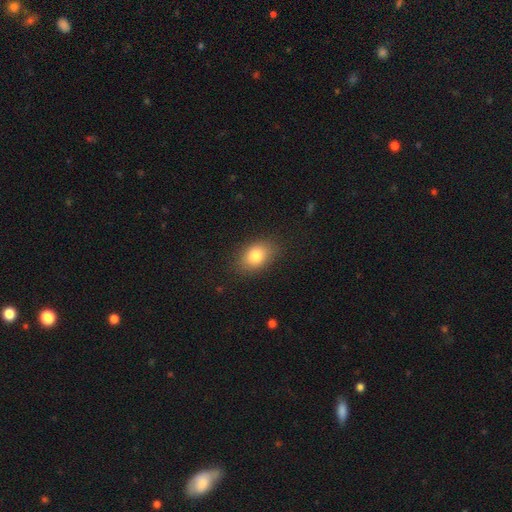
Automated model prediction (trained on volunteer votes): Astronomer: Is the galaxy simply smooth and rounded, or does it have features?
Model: smooth — 82%.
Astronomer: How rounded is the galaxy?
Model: in between — 79%.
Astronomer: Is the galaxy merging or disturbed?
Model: none — 84%.